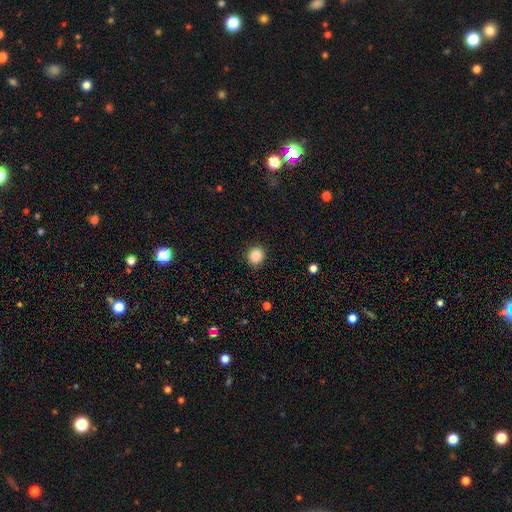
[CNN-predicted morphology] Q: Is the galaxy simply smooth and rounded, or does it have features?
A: smooth — 86%.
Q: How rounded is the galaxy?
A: round — 79%.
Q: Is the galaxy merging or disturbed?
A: none — 91%.